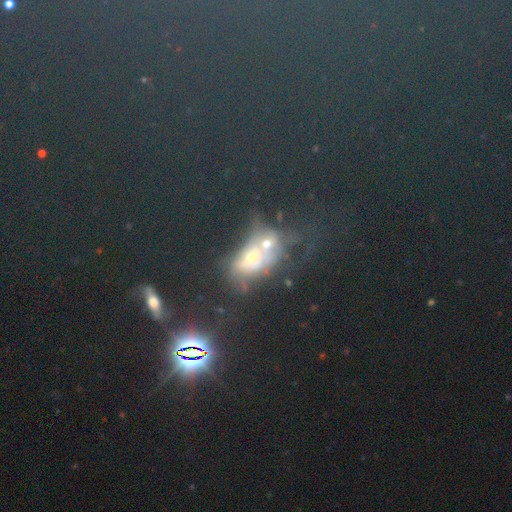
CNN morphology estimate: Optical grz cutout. It shows a star or artifact, not a galaxy (44%).